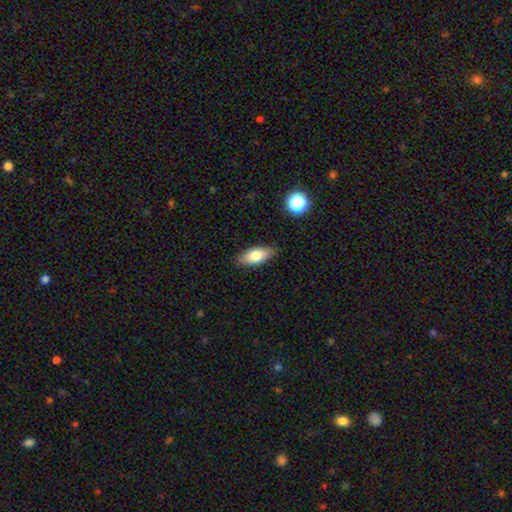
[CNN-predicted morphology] Smooth or featured?
  - smooth: 77% *
  - featured or disk: 16%
  - star or artifact: 7%
How rounded?
  - in between: 82% *
  - cigar-shaped: 15%
  - round: 3%
Merging?
  - none: 87% *
  - minor disturbance: 10%
  - major disturbance: 2%
  - merger: 1%